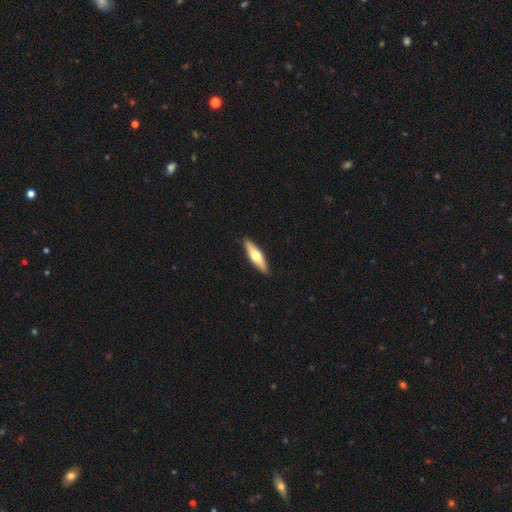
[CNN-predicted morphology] The model was most divided on "smooth or featured": smooth: 53%, featured or disk: 42%, star or artifact: 5%. More confident: merging — none (90%); how rounded — cigar-shaped (70%).